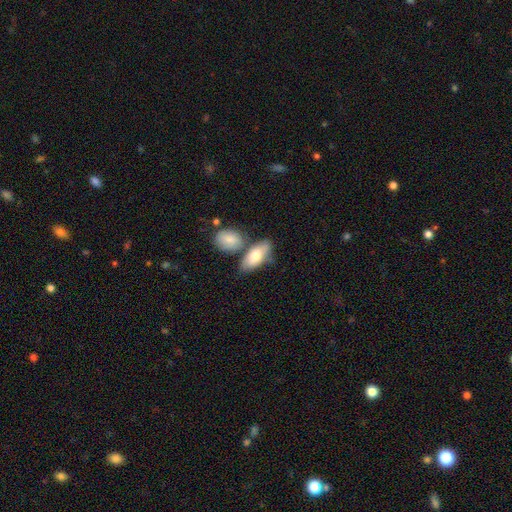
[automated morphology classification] Q: Smooth or featured?
A: smooth (72%); runner-up: featured or disk (22%)
Q: How rounded?
A: in between (86%); runner-up: cigar-shaped (10%)
Q: Merging?
A: none (51%); runner-up: merger (28%)